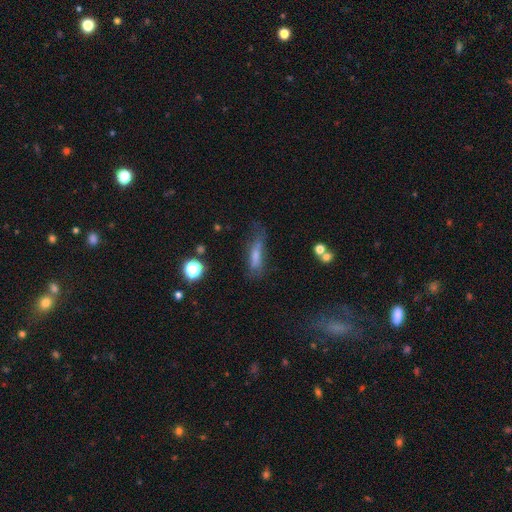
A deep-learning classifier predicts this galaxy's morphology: smooth 54%, featured or disk 30%, star or artifact 16%. Down the decision tree: how rounded — cigar-shaped (66%); merging — none (51%).